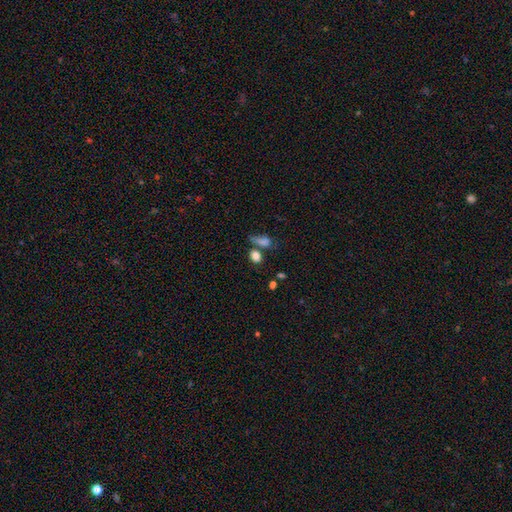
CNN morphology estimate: smooth-or-featured: smooth: 80% | star or artifact: 13% | featured or disk: 7%
  how-rounded: in between: 59% | round: 38% | cigar-shaped: 3%
  merging: none: 52% | merger: 26% | minor disturbance: 14% | major disturbance: 8%